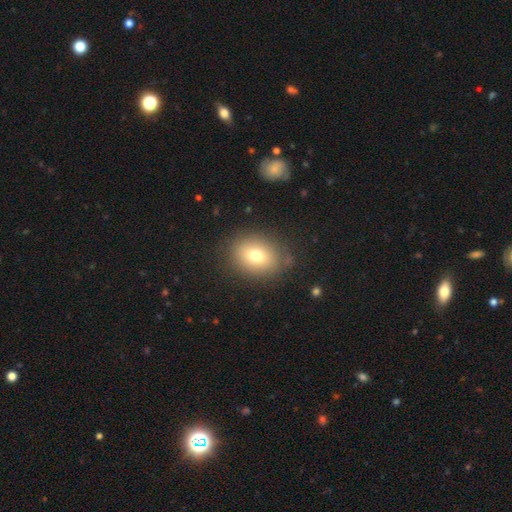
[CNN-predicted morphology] Smooth or featured?
  - smooth: 74% *
  - featured or disk: 14%
  - star or artifact: 11%
How rounded?
  - in between: 57% *
  - round: 42%
  - cigar-shaped: 1%
Merging?
  - none: 81% *
  - minor disturbance: 12%
  - major disturbance: 4%
  - merger: 2%